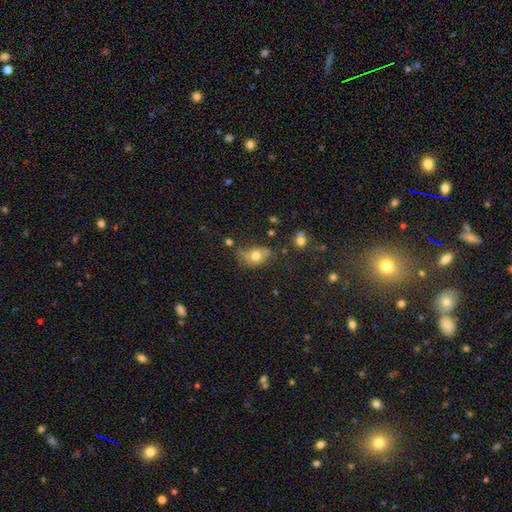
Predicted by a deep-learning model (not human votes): Smooth or featured? Predicted: smooth (p=0.68). How rounded? Predicted: in between (p=0.77). Merging? Predicted: none (p=0.43).